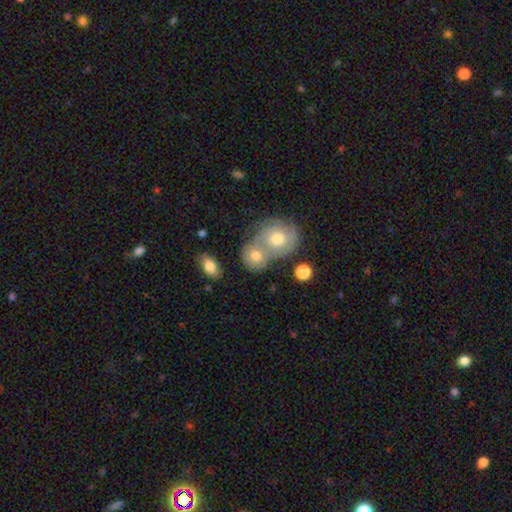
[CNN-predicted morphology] A smooth galaxy with no disk features (62%) that is round (61%). Merging: merger (65%).